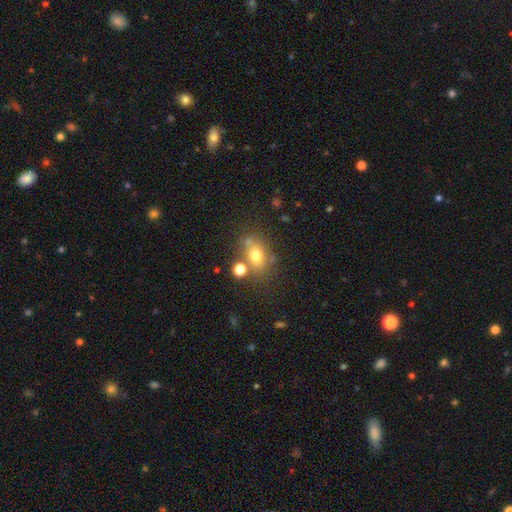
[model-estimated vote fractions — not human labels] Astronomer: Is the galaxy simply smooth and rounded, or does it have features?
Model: smooth — 70%.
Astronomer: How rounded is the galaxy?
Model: in between — 57% (runner-up: round, 41%).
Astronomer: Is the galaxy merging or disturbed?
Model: none — 62%.